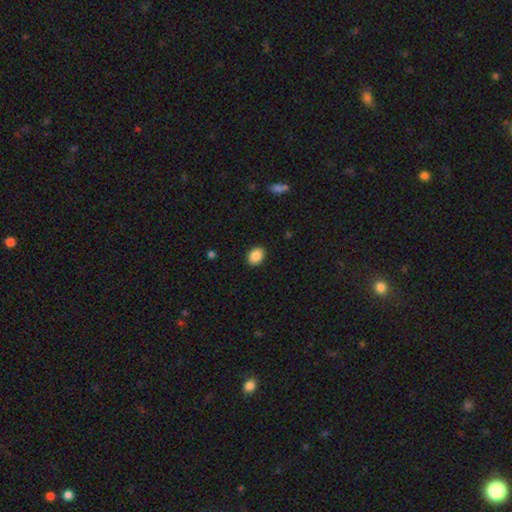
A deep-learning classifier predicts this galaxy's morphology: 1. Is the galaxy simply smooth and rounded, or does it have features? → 89% smooth, 8% star or artifact, 3% featured or disk.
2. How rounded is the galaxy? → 68% in between, 31% round, 1% cigar-shaped.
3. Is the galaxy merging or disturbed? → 90% none, 7% minor disturbance, 2% major disturbance, 1% merger.